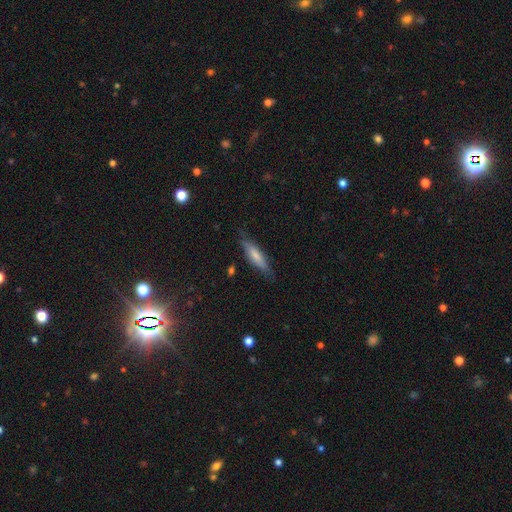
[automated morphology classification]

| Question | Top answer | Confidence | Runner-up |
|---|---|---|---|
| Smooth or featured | smooth | 62% | featured or disk (31%) |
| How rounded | cigar-shaped | 74% | in between (24%) |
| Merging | none | 77% | minor disturbance (18%) |